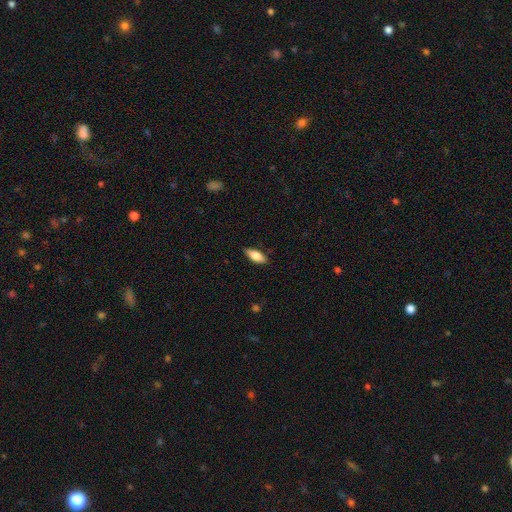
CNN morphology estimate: This is likely a smooth galaxy (79%). How rounded: likely in between (78%). Merging: clearly none (85%).